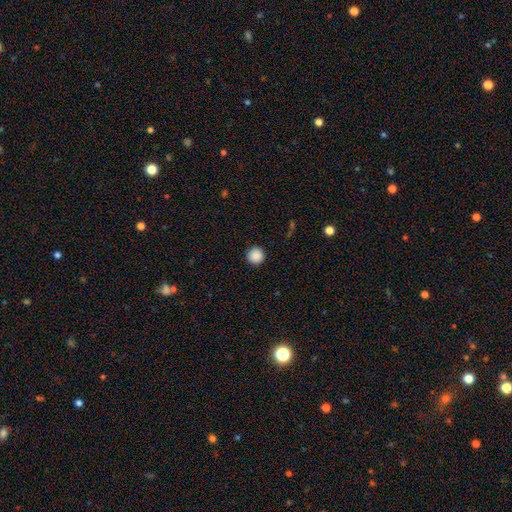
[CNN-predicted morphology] Smooth or featured? smooth (89%)
How rounded? round (96%)
Merging? none (93%)